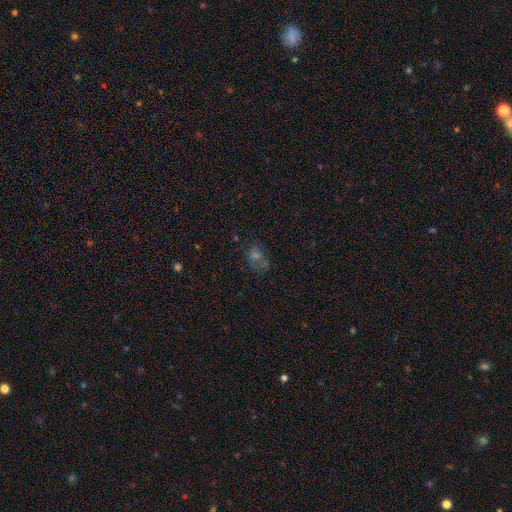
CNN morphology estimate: Smooth or featured: smooth — 44% (star or artifact — 32%)
Merging: none — 54% (minor disturbance — 20%)